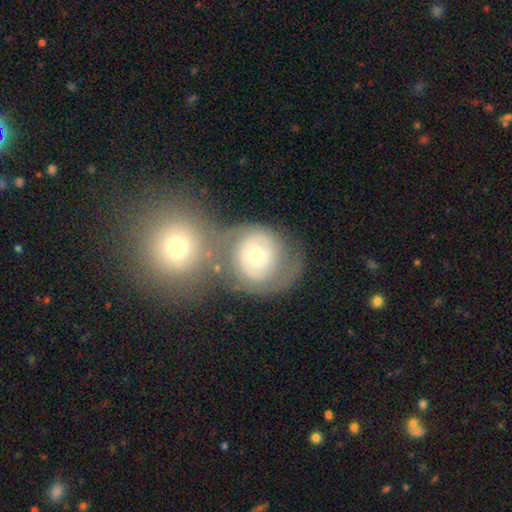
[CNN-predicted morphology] smooth_or_featured: featured or disk (p=0.64) [alt: smooth p=0.29]
disk_edge_on: no (p=0.97) [alt: yes p=0.03]
bar: no (p=0.81) [alt: weak p=0.15]
has_spiral_arms: yes (p=0.75) [alt: no p=0.25]
bulge_size: moderate (p=0.61) [alt: small p=0.31]
merging: none (p=0.40) [alt: merger p=0.35]